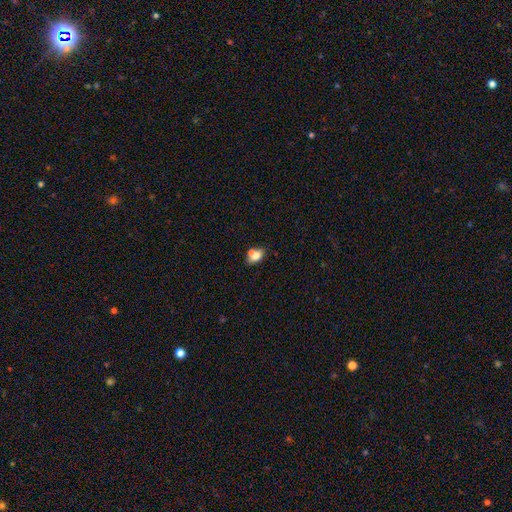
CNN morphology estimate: Smooth or featured? Predicted: smooth (p=0.70). How rounded? Predicted: in between (p=0.73). Merging? Predicted: none (p=0.41, tied with merger).